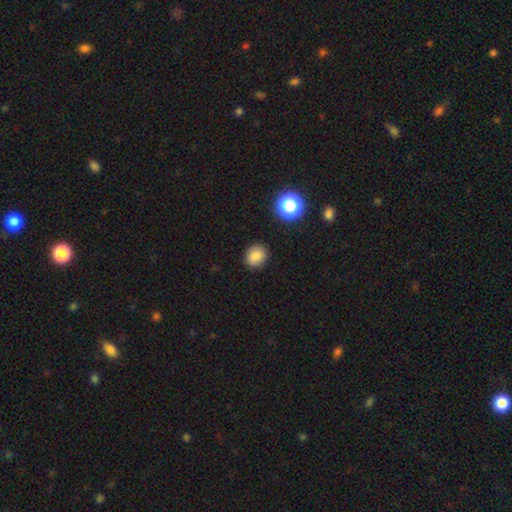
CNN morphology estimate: smooth_or_featured: smooth (p=0.81) [alt: star or artifact p=0.12]
how_rounded: round (p=0.64) [alt: in between p=0.35]
merging: none (p=0.88) [alt: minor disturbance p=0.08]